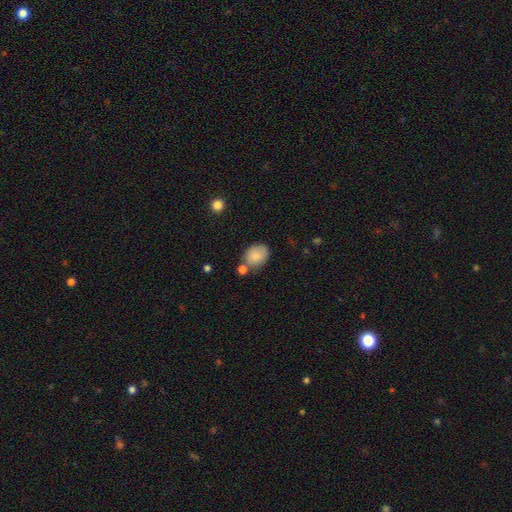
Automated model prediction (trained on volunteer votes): Smooth or featured: smooth — 84% (featured or disk — 8%)
How rounded: in between — 62% (round — 37%)
Merging: none — 65% (minor disturbance — 17%)